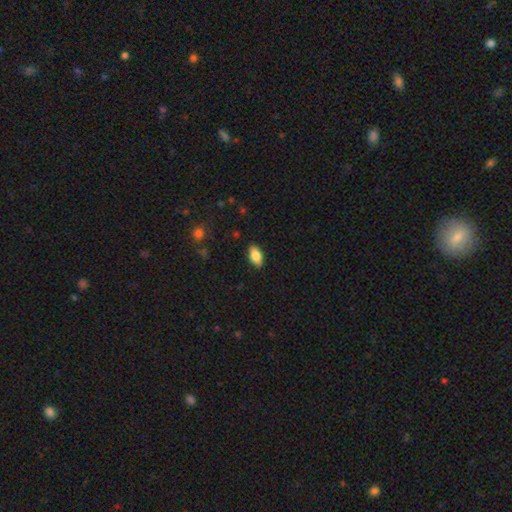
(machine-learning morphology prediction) The model was most divided on "smooth or featured": smooth: 79%, featured or disk: 14%, star or artifact: 7%. More confident: how rounded — in between (89%); merging — none (88%).